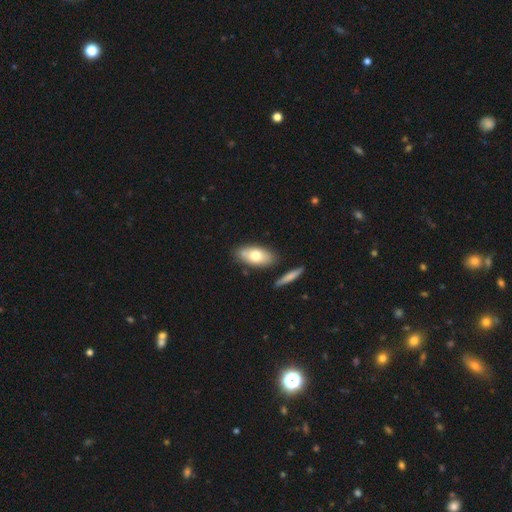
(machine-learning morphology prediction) smooth-or-featured: smooth: 70% | featured or disk: 24% | star or artifact: 6%
  how-rounded: in between: 88% | cigar-shaped: 8% | round: 4%
  merging: none: 76% | minor disturbance: 13% | merger: 8% | major disturbance: 3%